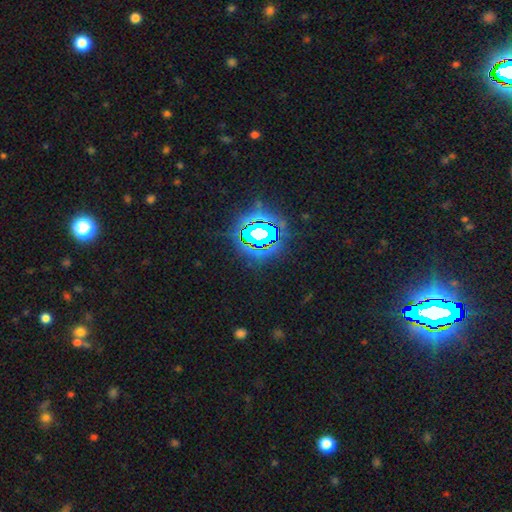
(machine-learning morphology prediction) Smooth or featured? star or artifact (85%)